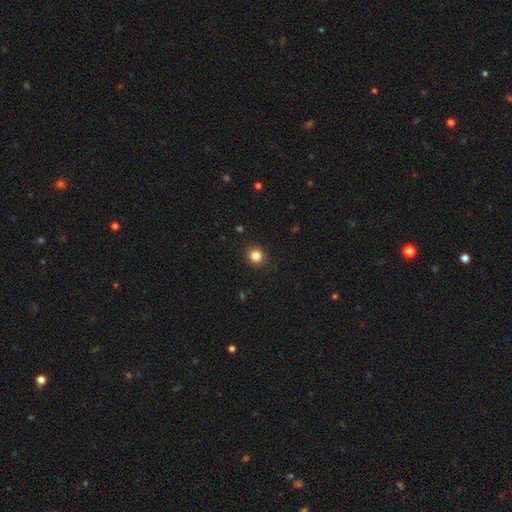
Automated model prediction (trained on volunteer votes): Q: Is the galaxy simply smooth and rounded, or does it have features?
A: smooth — 83%.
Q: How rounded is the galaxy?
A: round — 90%.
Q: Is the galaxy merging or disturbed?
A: none — 91%.